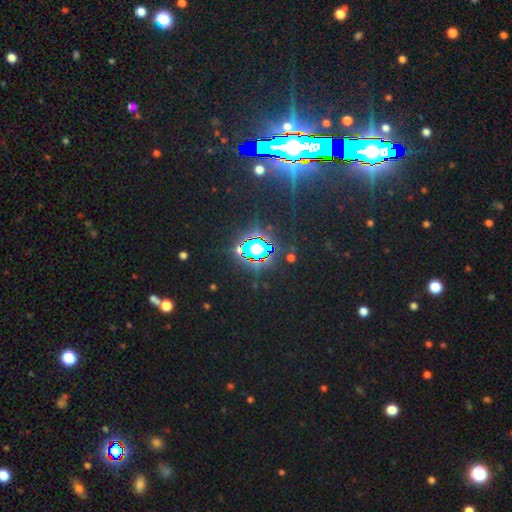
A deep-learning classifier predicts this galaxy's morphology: Overall: star or artifact (79%).